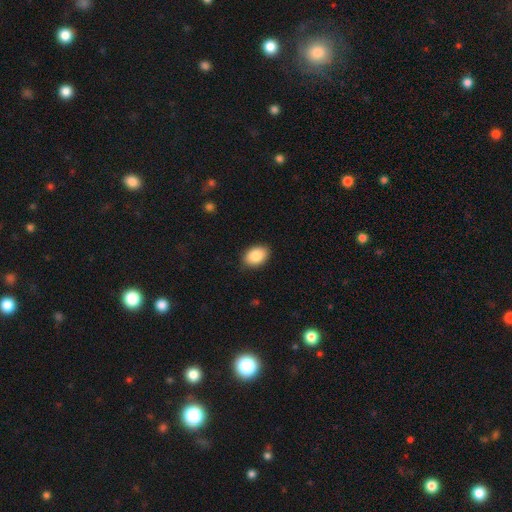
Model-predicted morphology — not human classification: Smooth or featured?
  - smooth: 88% *
  - star or artifact: 7%
  - featured or disk: 5%
How rounded?
  - in between: 83% *
  - round: 16%
  - cigar-shaped: 1%
Merging?
  - none: 87% *
  - minor disturbance: 10%
  - major disturbance: 2%
  - merger: 1%